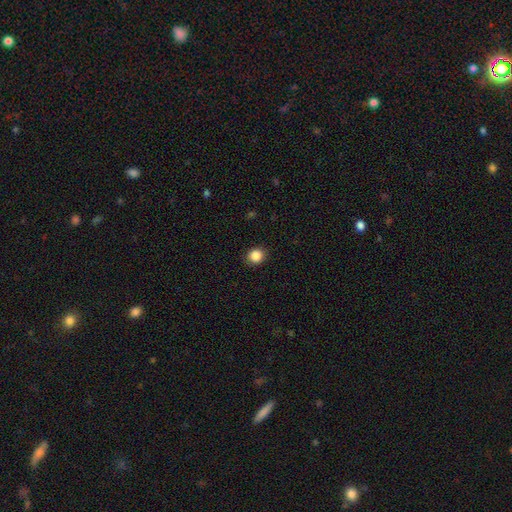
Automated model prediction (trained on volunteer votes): This appears to be a smooth galaxy with no disk features (87%) that is round (77%). Merging: none (90%).